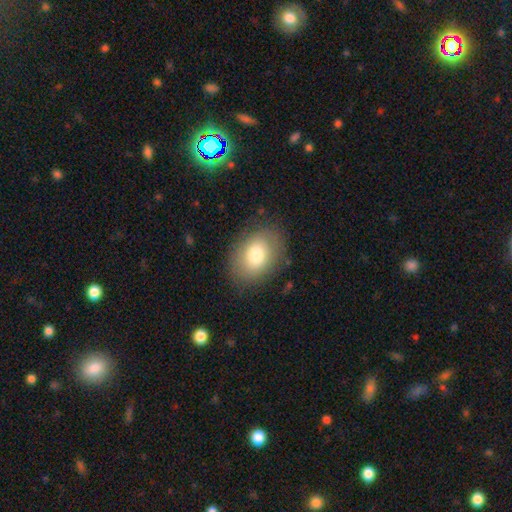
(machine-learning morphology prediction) smooth 76%, featured or disk 16%, star or artifact 8%. Down the decision tree: how rounded — in between (75%); merging — none (81%).